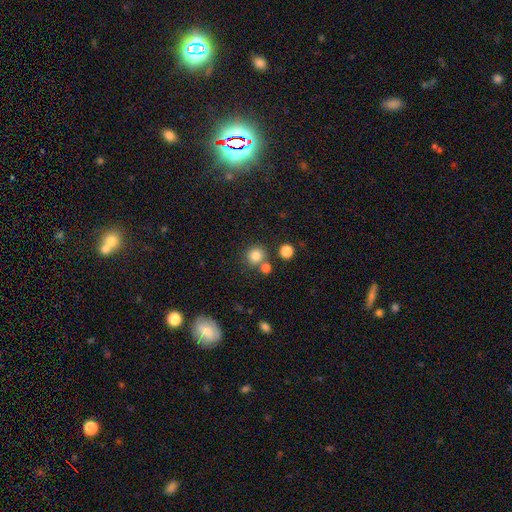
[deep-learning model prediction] This appears to be a smooth galaxy with no disk features (82%) that is round (89%). Merging: none (73%).